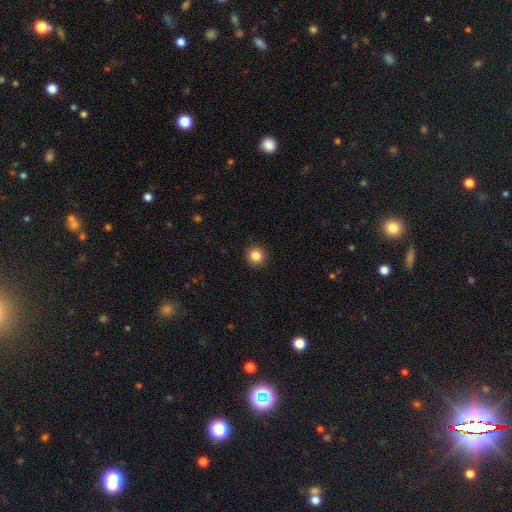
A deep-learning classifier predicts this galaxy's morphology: Overall: smooth (85%). How rounded: round (93%). Merging: none (92%).